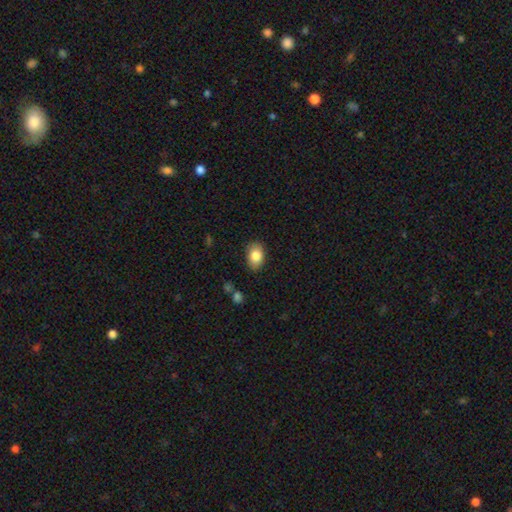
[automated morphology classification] Smooth or featured?
  - smooth: 84% *
  - featured or disk: 8%
  - star or artifact: 8%
How rounded?
  - in between: 82% *
  - round: 17%
  - cigar-shaped: 1%
Merging?
  - none: 85% *
  - minor disturbance: 11%
  - major disturbance: 2%
  - merger: 1%